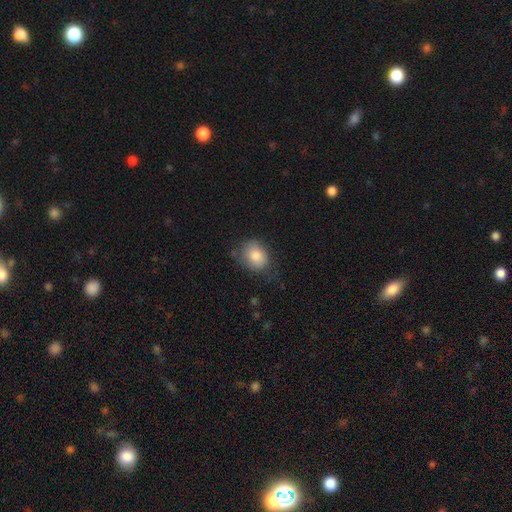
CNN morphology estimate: A smooth galaxy with no disk features (83%) that is in between round and cigar-shaped (53%).

Vote fractions:
- Smooth or featured? smooth: 83% / featured or disk: 9% / star or artifact: 8%
- How rounded? in between: 53% / round: 46% / cigar-shaped: 1%
- Merging? none: 65% / minor disturbance: 25% / major disturbance: 7% / merger: 2%